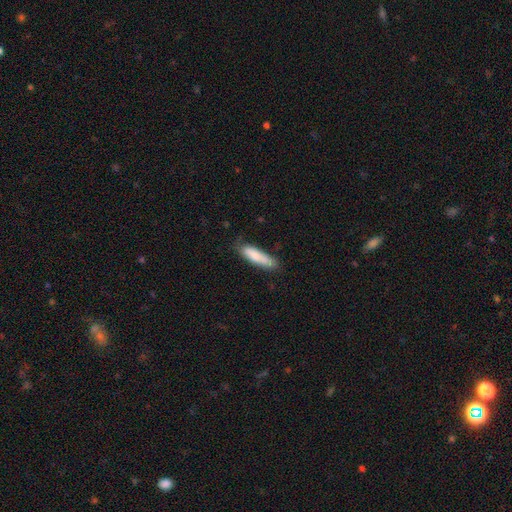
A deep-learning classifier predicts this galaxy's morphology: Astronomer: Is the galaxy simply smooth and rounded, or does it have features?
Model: smooth — 80%.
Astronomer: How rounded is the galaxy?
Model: cigar-shaped — 70%.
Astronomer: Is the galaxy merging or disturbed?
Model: none — 66%.